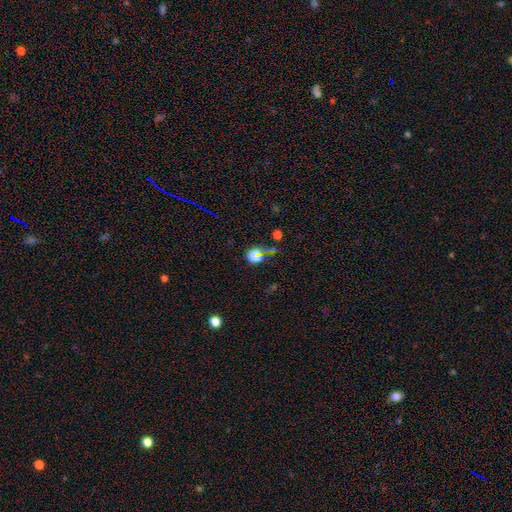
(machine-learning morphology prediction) type=smooth (49%); merging=none (45%).